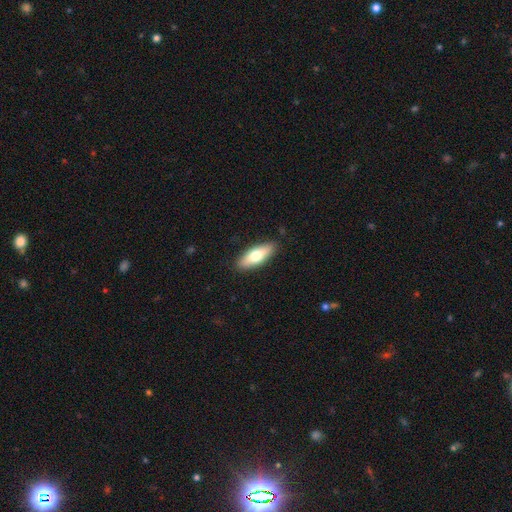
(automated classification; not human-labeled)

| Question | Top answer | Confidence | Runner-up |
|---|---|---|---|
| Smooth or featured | smooth | 69% | featured or disk (26%) |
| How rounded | in between | 65% | cigar-shaped (32%) |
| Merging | none | 89% | minor disturbance (8%) |